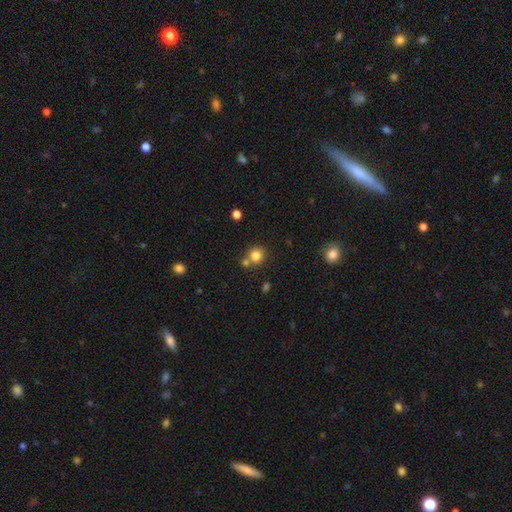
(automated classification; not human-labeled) Smooth or featured?
  - smooth: 81% *
  - star or artifact: 12%
  - featured or disk: 7%
How rounded?
  - round: 88% *
  - in between: 11%
  - cigar-shaped: 1%
Merging?
  - none: 65% *
  - merger: 23%
  - minor disturbance: 9%
  - major disturbance: 3%